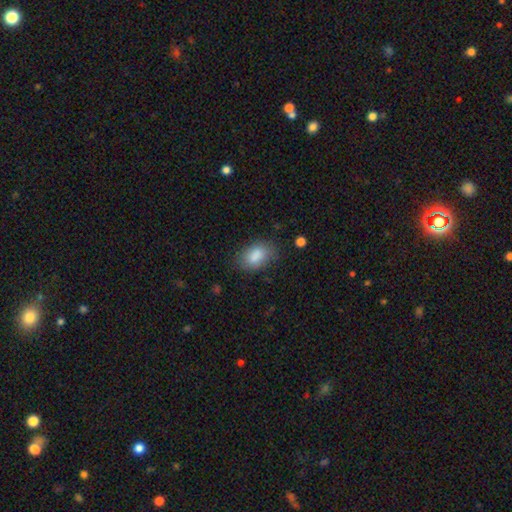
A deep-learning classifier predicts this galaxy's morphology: Q: Smooth or featured?
A: smooth (85%); runner-up: star or artifact (8%)
Q: How rounded?
A: in between (90%); runner-up: round (8%)
Q: Merging?
A: none (73%); runner-up: minor disturbance (19%)